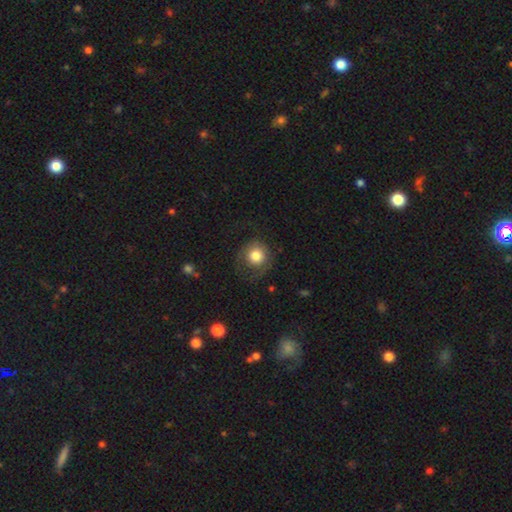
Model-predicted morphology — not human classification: Smooth or featured: smooth — 73% (featured or disk — 19%)
How rounded: round — 88% (in between — 11%)
Merging: none — 57% (major disturbance — 22%)